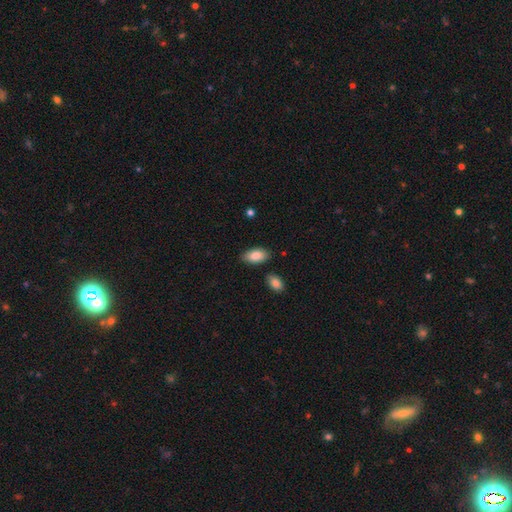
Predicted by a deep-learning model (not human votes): Morphology: type=smooth (86%); roundness=in between (93%); merging=none (82%).